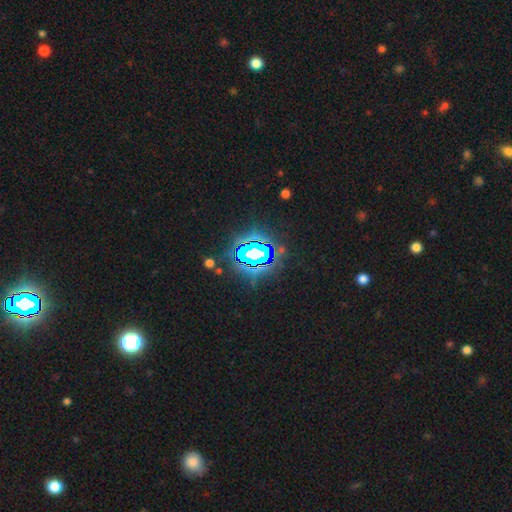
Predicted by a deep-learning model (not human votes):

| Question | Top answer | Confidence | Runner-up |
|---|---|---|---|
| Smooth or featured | star or artifact | 74% | featured or disk (13%) |